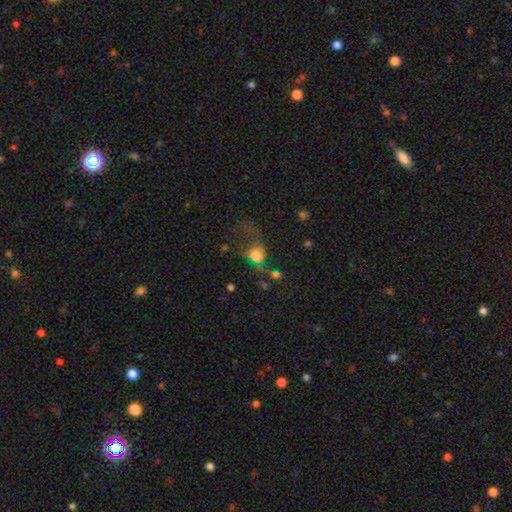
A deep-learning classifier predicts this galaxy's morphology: smooth 65%, featured or disk 21%, star or artifact 14%. Down the decision tree: how rounded — round (71%); merging — major disturbance (50%).